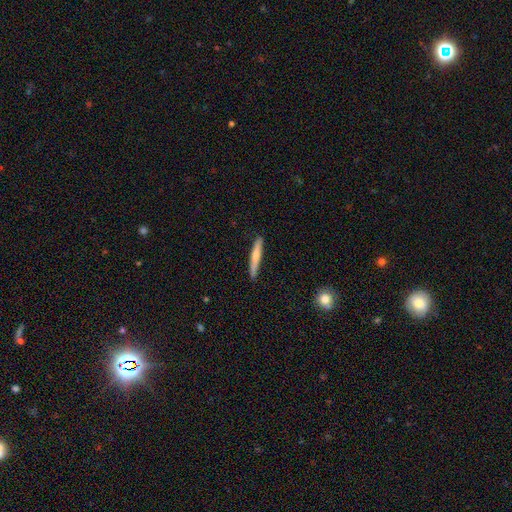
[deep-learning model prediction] Morphology: type=smooth (58%); roundness=cigar-shaped (94%); merging=none (89%).